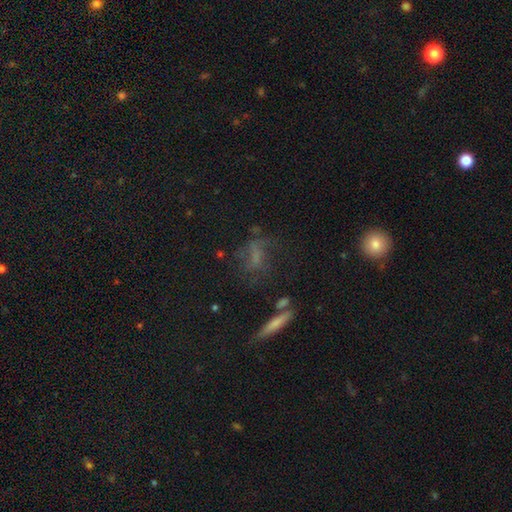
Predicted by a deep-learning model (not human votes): smooth_or_featured: smooth (p=0.43) [alt: featured or disk p=0.34]
merging: none (p=0.49) [alt: major disturbance p=0.23]